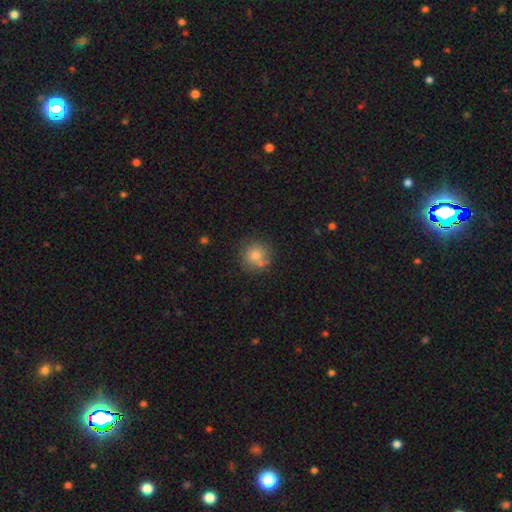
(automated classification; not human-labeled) The model was most divided on "merging": none: 70%, merger: 15%, minor disturbance: 12%, major disturbance: 3%. More confident: how rounded — round (92%); smooth or featured — smooth (75%).